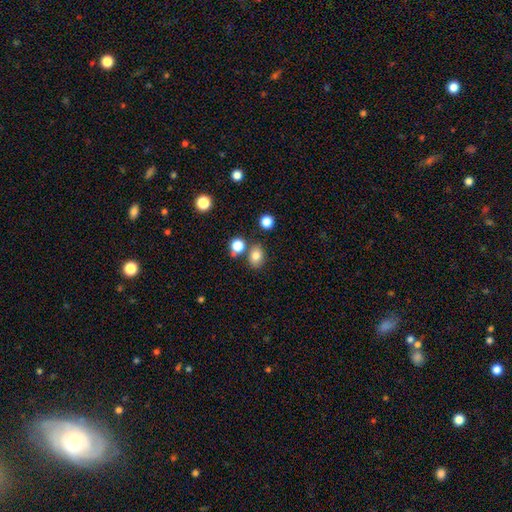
Smooth or featured? 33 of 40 (82%) said smooth. How rounded? 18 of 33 (55%) said in between. Merging? 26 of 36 (72%) said none.